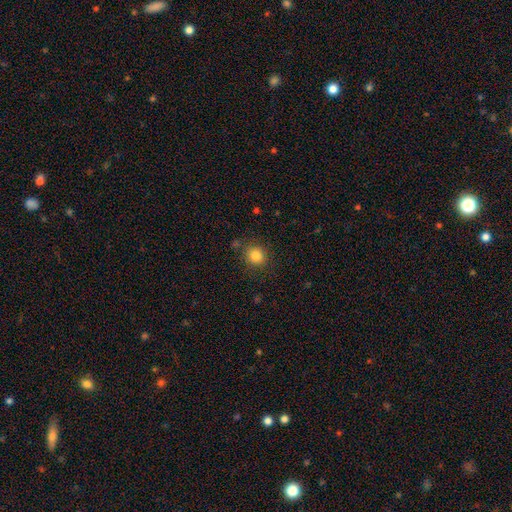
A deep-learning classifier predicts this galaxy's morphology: Smooth or featured? Predicted: smooth (p=0.83). How rounded? Predicted: round (p=0.82). Merging? Predicted: none (p=0.84).